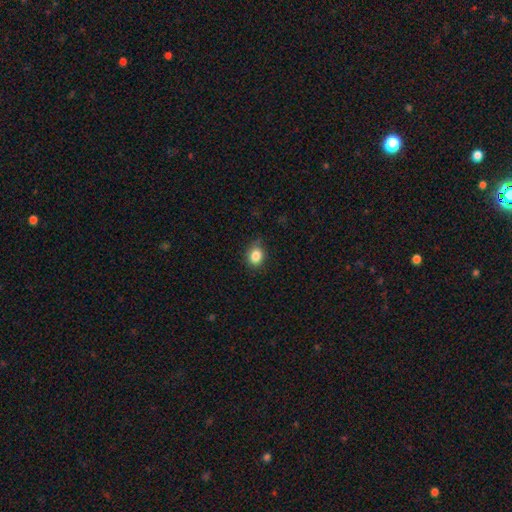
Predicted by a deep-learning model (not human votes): A smooth galaxy with no disk features (85%) that is in between round and cigar-shaped (50%). Merging: none (79%).